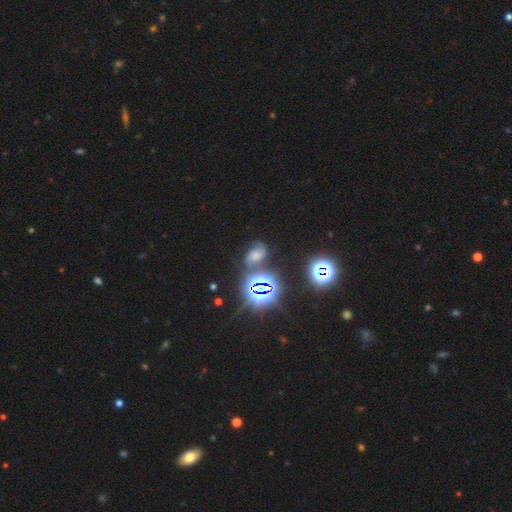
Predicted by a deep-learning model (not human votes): Morphology: type=star or artifact (38%).